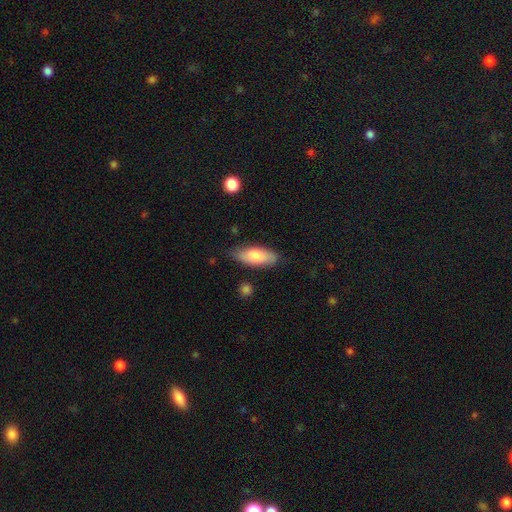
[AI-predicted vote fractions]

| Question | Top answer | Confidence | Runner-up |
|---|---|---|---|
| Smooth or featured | smooth | 78% | featured or disk (16%) |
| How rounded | in between | 73% | cigar-shaped (25%) |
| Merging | none | 79% | minor disturbance (17%) |